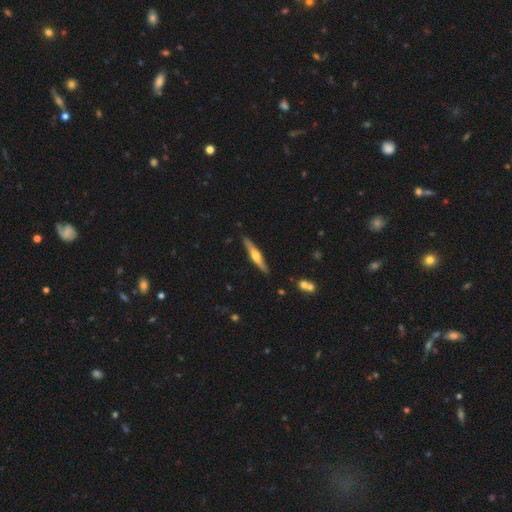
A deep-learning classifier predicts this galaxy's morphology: A featured or disk galaxy (65%) viewed edge-on (97%) with a rounded central bulge (92%).

Vote fractions:
- Smooth or featured? featured or disk: 65% / smooth: 29% / star or artifact: 5%
- Edge-on disk? yes: 97% / no: 3%
- Edge-on bulge? rounded: 92% / none: 4% / boxy: 4%
- Merging? none: 89% / minor disturbance: 8% / merger: 2% / major disturbance: 2%